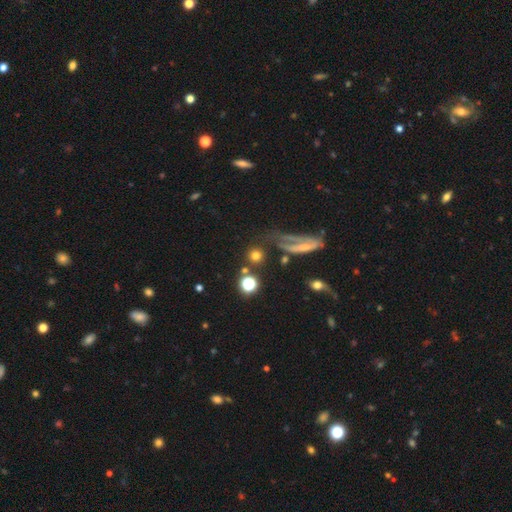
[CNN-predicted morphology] This is likely a smooth galaxy (73%). How rounded: clearly round (90%). Merging: likely none (69%).